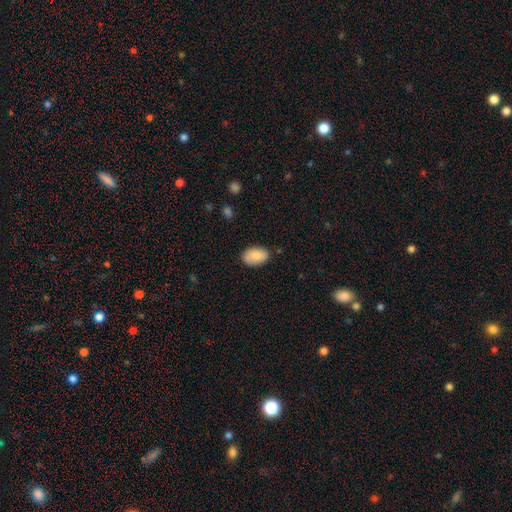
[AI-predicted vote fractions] smooth 81%, featured or disk 12%, star or artifact 6%. Down the decision tree: how rounded — in between (91%); merging — none (82%).